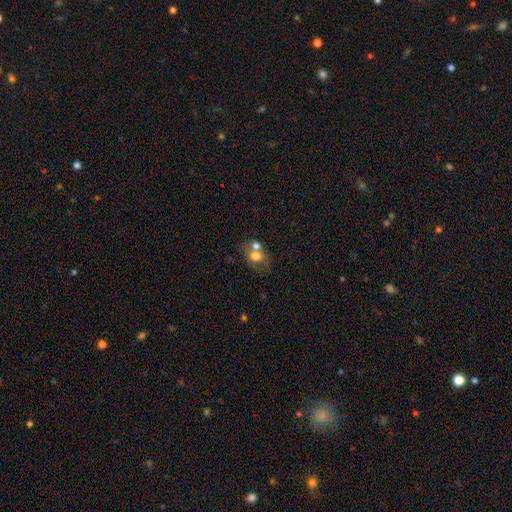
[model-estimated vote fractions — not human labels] A smooth galaxy with no disk features (67%) that is in between round and cigar-shaped (57%). Merging: merger (44%).